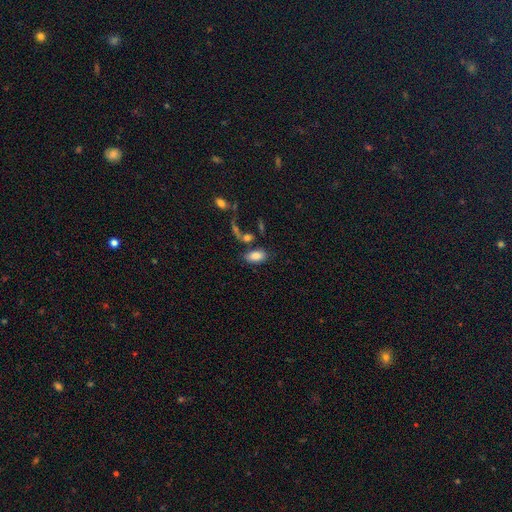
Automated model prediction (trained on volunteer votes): A smooth galaxy with no disk features (83%) that is in between round and cigar-shaped (93%). Merging: none (67%).